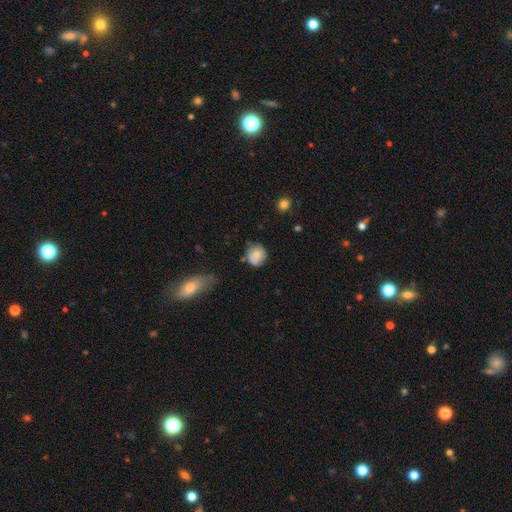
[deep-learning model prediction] Smooth or featured: smooth — 72% (featured or disk — 19%)
How rounded: round — 80% (in between — 19%)
Merging: none — 61% (minor disturbance — 27%)